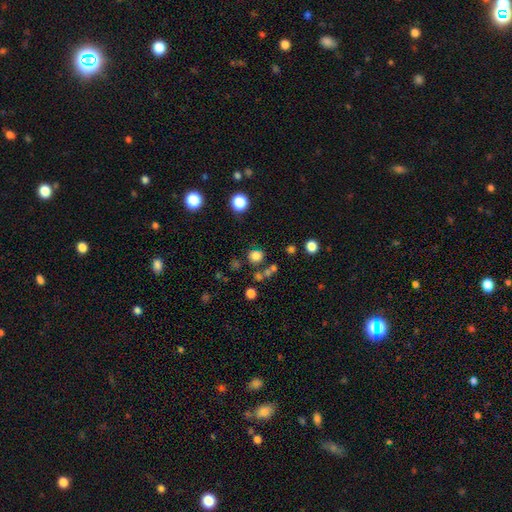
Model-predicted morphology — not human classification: Overall: smooth (77%). How rounded: round (87%). Merging: none (76%).